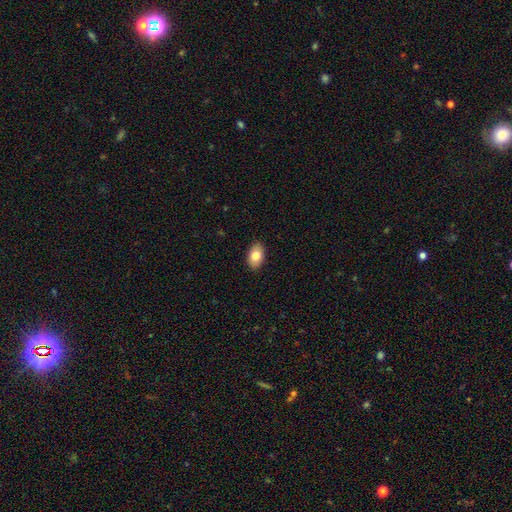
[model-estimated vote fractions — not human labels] A smooth galaxy with no disk features (81%) that is in between round and cigar-shaped (90%). Merging: none (90%).